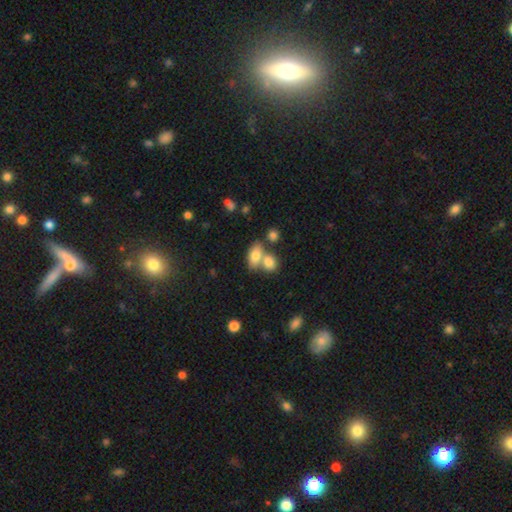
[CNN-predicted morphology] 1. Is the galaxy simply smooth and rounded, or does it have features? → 77% smooth, 15% featured or disk, 9% star or artifact.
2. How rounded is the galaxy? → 85% in between, 11% round, 5% cigar-shaped.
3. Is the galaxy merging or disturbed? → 47% merger, 39% none, 10% minor disturbance, 4% major disturbance.